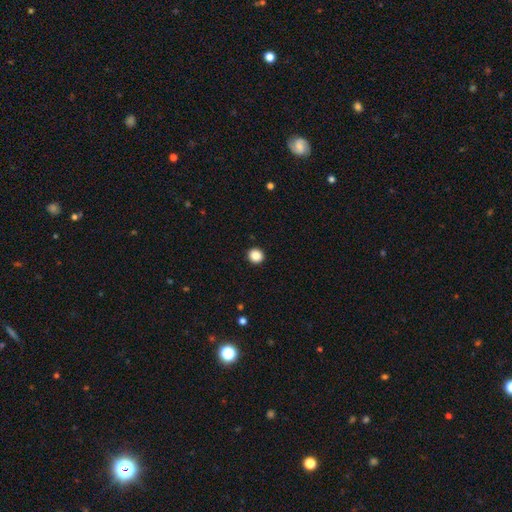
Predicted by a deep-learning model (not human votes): Smooth or featured: smooth — 87% (star or artifact — 10%)
How rounded: round — 90% (in between — 9%)
Merging: none — 93% (minor disturbance — 4%)